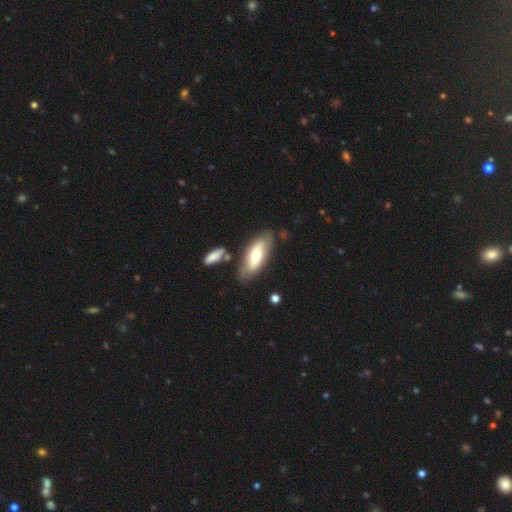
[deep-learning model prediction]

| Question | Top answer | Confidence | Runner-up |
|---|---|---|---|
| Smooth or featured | smooth | 59% | featured or disk (35%) |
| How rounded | in between | 74% | cigar-shaped (24%) |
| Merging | none | 74% | minor disturbance (16%) |